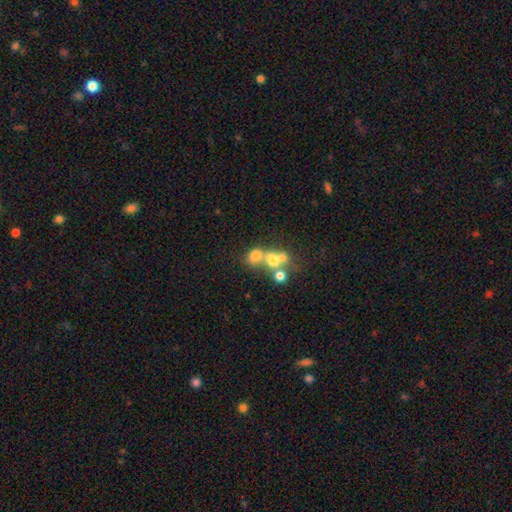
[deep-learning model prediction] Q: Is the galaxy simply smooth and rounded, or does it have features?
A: smooth — 61%.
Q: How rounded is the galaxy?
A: round — 59%.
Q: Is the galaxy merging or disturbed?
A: merger — 55%.